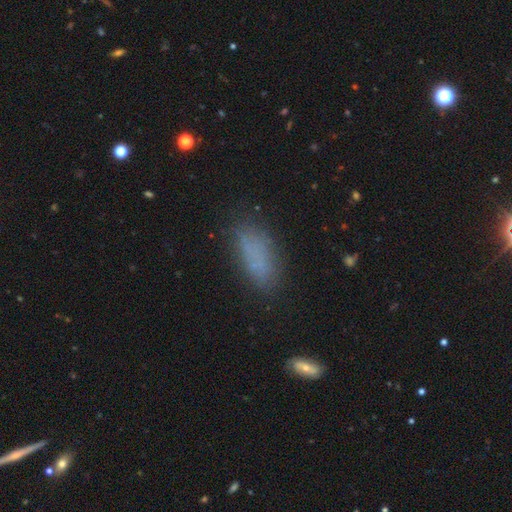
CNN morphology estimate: type=smooth (77%); roundness=in between (77%); merging=none (75%).